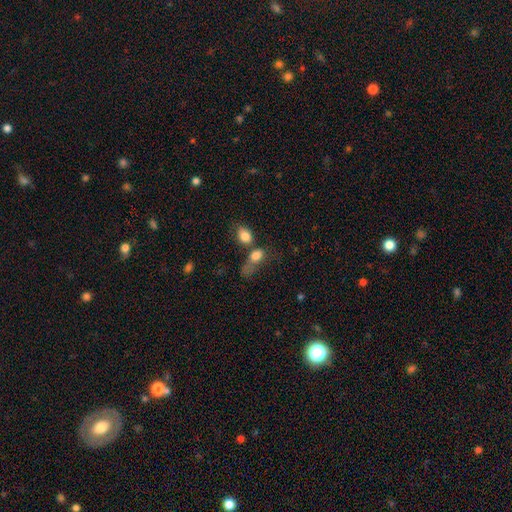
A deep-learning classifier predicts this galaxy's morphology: Smooth or featured? Predicted: smooth (p=0.78). How rounded? Predicted: in between (p=0.69). Merging? Predicted: merger (p=0.43).